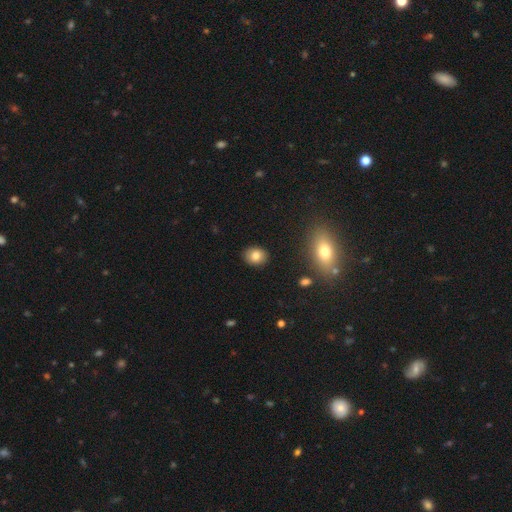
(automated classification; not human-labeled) Smooth or featured? Predicted: smooth (p=0.82). How rounded? Predicted: round (p=0.57). Merging? Predicted: none (p=0.89).